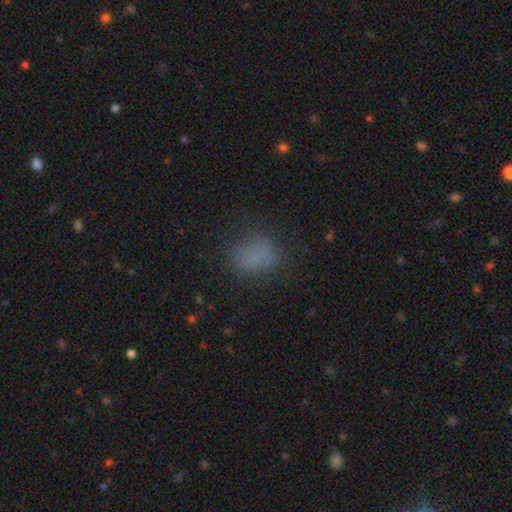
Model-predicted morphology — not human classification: Smooth or featured? Predicted: smooth (p=0.73). How rounded? Predicted: in between (p=0.66). Merging? Predicted: none (p=0.68).